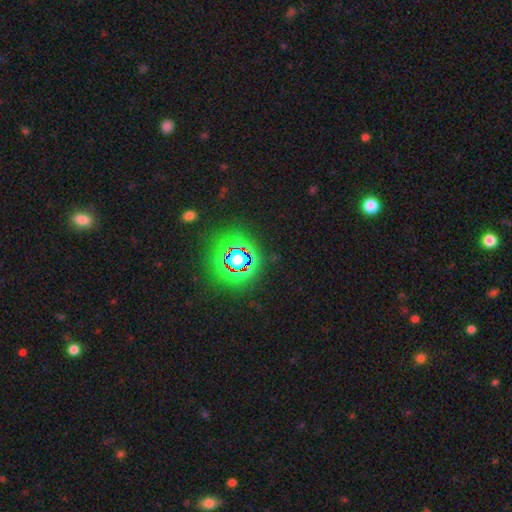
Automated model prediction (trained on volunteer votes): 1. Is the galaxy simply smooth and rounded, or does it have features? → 81% star or artifact, 12% smooth, 6% featured or disk.